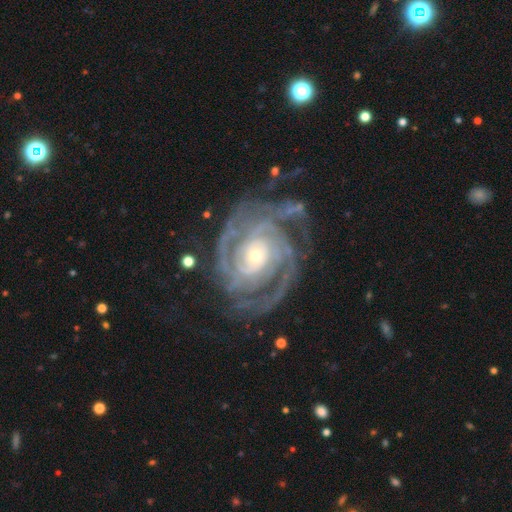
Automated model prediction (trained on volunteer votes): featured or disk 92%, star or artifact 5%, smooth 3%. Down the decision tree: edge-on disk — no (97%); bar — no (66%); spiral arms — yes (98%); spiral arm count — 3 (26%); spiral winding — tight (71%); bulge size — small (62%); merging — none (68%).